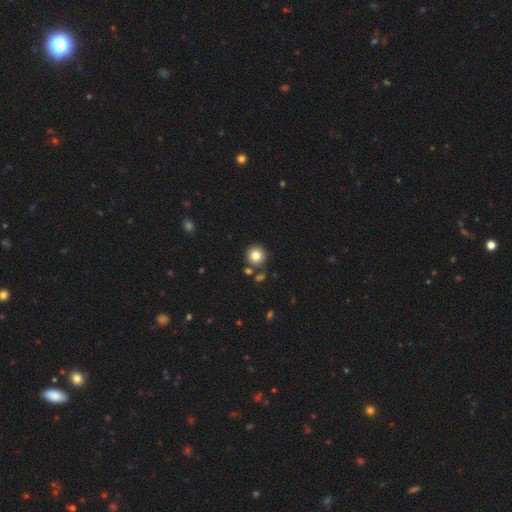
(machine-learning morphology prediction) smooth 82%, star or artifact 11%, featured or disk 8%. Down the decision tree: how rounded — round (94%); merging — none (81%).